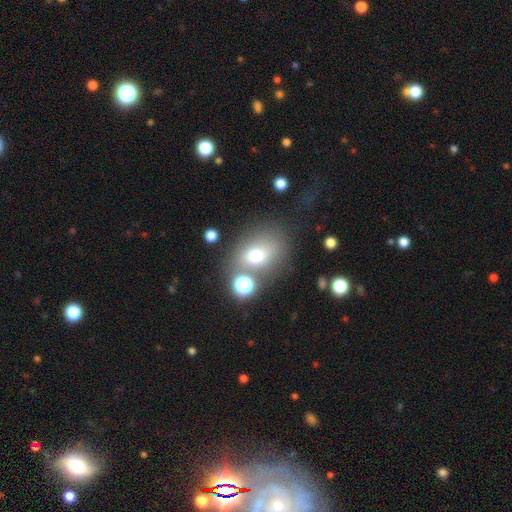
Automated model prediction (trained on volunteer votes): smooth 68%, featured or disk 16%, star or artifact 16%. Down the decision tree: how rounded — in between (59%); merging — none (56%).